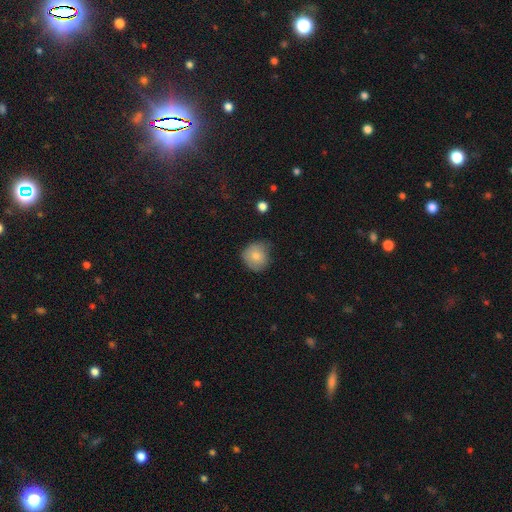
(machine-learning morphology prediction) Smooth or featured?
  - smooth: 80% *
  - featured or disk: 12%
  - star or artifact: 9%
How rounded?
  - round: 86% *
  - in between: 13%
  - cigar-shaped: 1%
Merging?
  - none: 64% *
  - minor disturbance: 29%
  - major disturbance: 5%
  - merger: 1%